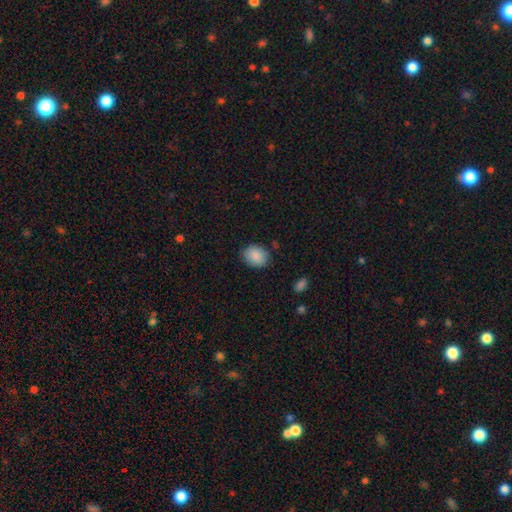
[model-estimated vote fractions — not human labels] This appears to be a smooth galaxy with no disk features (89%) that is in between round and cigar-shaped (59%). Merging: none (82%).